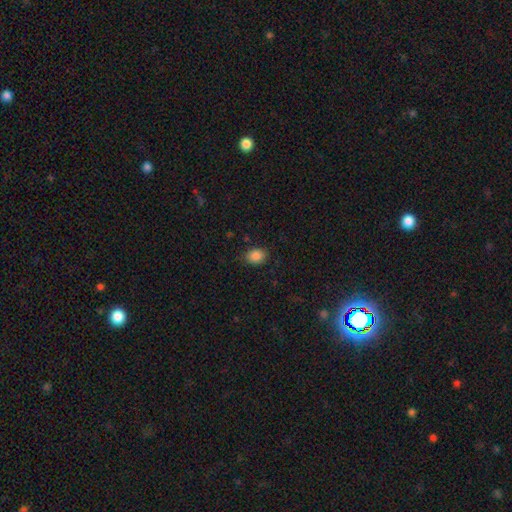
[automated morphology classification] type=smooth (86%); roundness=in between (64%); merging=none (84%).